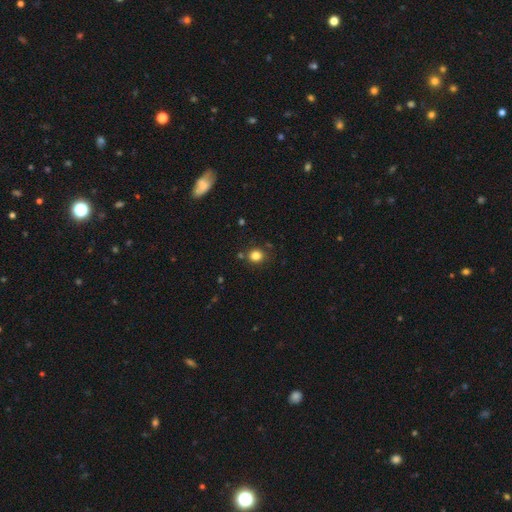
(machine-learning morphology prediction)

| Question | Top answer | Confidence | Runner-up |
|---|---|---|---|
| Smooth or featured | smooth | 81% | star or artifact (13%) |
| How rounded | round | 84% | in between (15%) |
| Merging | none | 81% | minor disturbance (10%) |